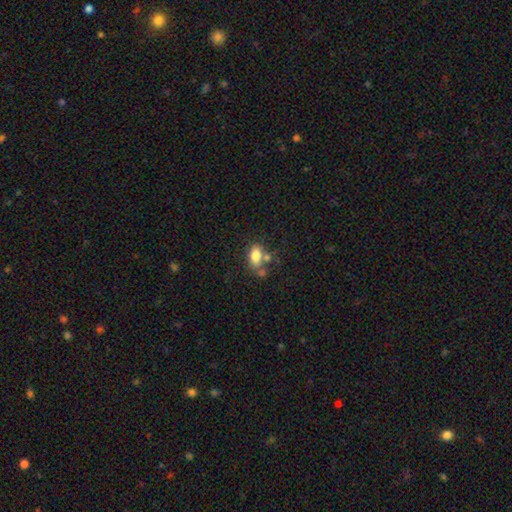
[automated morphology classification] A smooth galaxy with no disk features (77%) that is in between round and cigar-shaped (85%). Merging: none (47%).